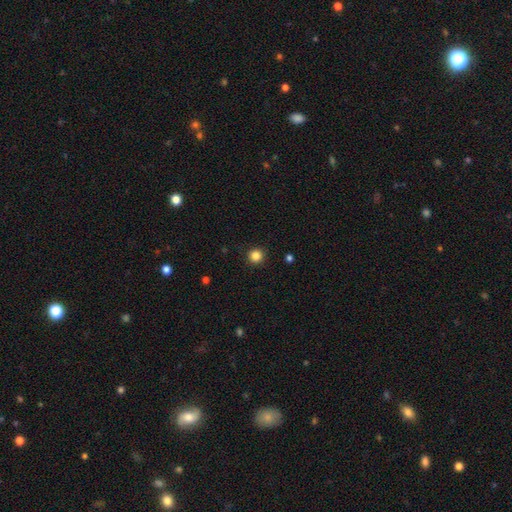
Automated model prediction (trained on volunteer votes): Q: Smooth or featured?
A: smooth (84%); runner-up: star or artifact (12%)
Q: How rounded?
A: round (95%); runner-up: in between (4%)
Q: Merging?
A: none (92%); runner-up: minor disturbance (5%)